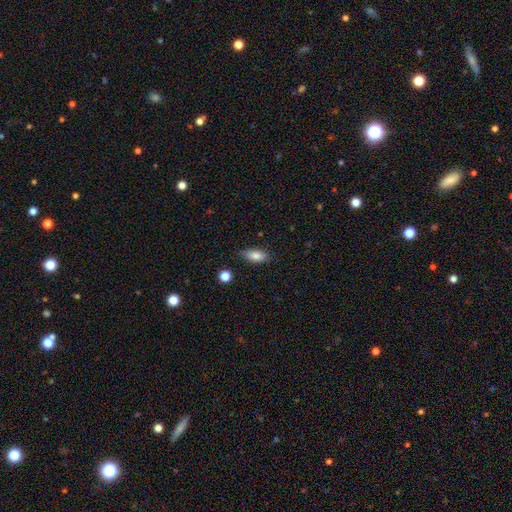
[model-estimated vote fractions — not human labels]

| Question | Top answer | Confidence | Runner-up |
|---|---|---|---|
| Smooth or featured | smooth | 83% | featured or disk (9%) |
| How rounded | in between | 83% | cigar-shaped (13%) |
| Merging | none | 80% | minor disturbance (15%) |